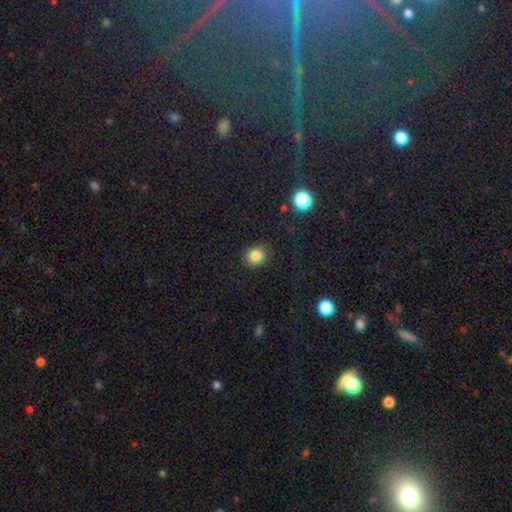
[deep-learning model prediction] Smooth or featured: smooth — 84% (star or artifact — 12%)
How rounded: round — 79% (in between — 20%)
Merging: none — 83% (minor disturbance — 12%)